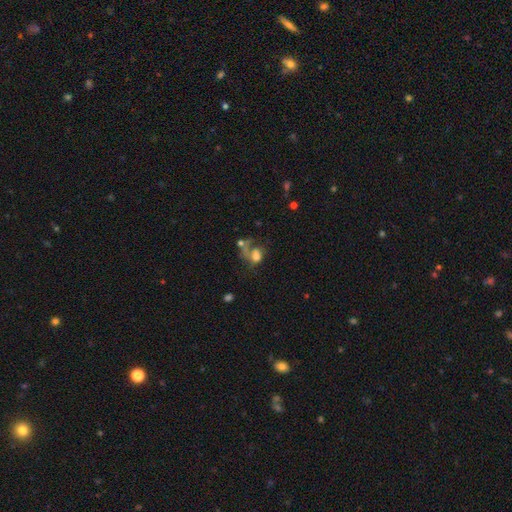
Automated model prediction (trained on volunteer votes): Smooth or featured? smooth (54%)
How rounded? in between (59%)
Merging? merger (35%)